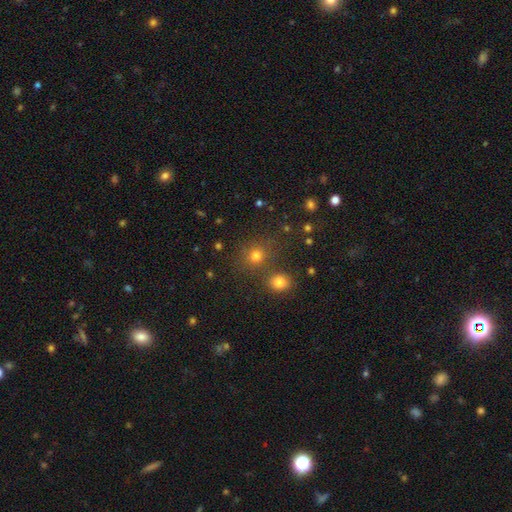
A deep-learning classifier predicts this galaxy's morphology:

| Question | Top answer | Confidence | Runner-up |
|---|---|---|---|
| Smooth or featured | smooth | 75% | star or artifact (19%) |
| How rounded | round | 83% | in between (16%) |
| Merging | none | 69% | merger (18%) |